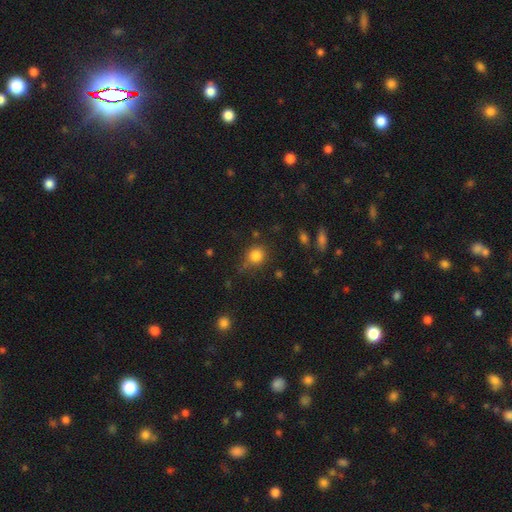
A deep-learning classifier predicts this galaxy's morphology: Smooth or featured?
  - smooth: 82% *
  - star or artifact: 12%
  - featured or disk: 6%
How rounded?
  - round: 83% *
  - in between: 16%
  - cigar-shaped: 1%
Merging?
  - none: 72% *
  - minor disturbance: 18%
  - major disturbance: 6%
  - merger: 5%